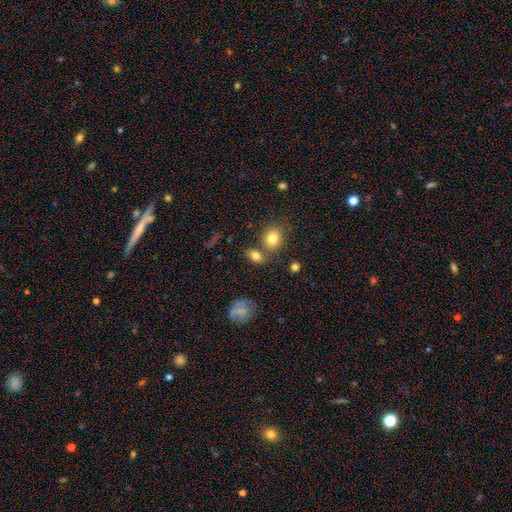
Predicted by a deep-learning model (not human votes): Smooth or featured?
  - smooth: 80% *
  - star or artifact: 11%
  - featured or disk: 9%
How rounded?
  - in between: 66% *
  - round: 31%
  - cigar-shaped: 3%
Merging?
  - none: 58% *
  - merger: 27%
  - minor disturbance: 11%
  - major disturbance: 4%